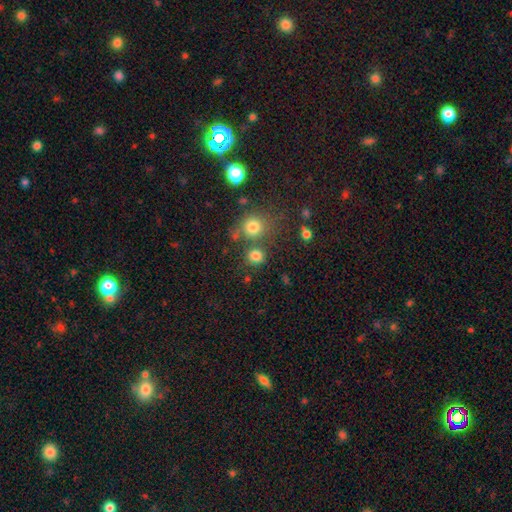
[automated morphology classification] Smooth or featured?
  - smooth: 80% *
  - star or artifact: 14%
  - featured or disk: 6%
How rounded?
  - round: 85% *
  - in between: 14%
  - cigar-shaped: 1%
Merging?
  - none: 72% *
  - merger: 15%
  - minor disturbance: 9%
  - major disturbance: 4%